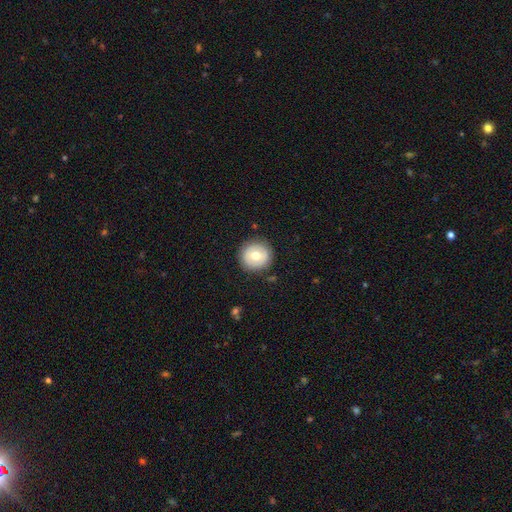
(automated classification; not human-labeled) Smooth or featured?
  - smooth: 61% *
  - featured or disk: 31%
  - star or artifact: 7%
How rounded?
  - round: 93% *
  - in between: 6%
  - cigar-shaped: 1%
Merging?
  - none: 87% *
  - minor disturbance: 9%
  - major disturbance: 3%
  - merger: 1%